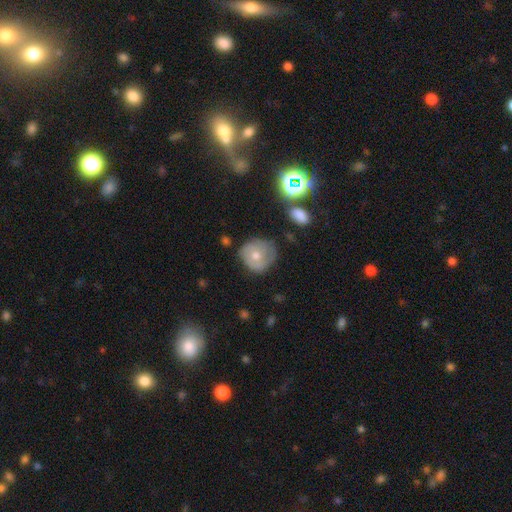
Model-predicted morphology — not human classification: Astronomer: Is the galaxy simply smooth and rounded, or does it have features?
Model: smooth — 50% (runner-up: featured or disk, 42%).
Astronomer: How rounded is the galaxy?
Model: round — 82%.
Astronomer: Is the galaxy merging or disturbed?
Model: none — 60%.